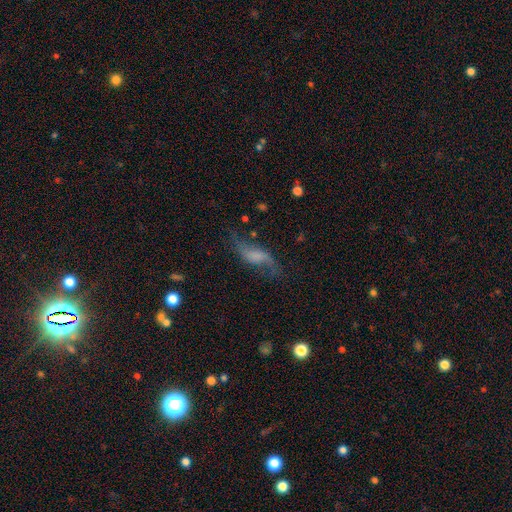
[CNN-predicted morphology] Smooth or featured: featured or disk — 63% (smooth — 26%)
Edge-on disk: no — 88% (yes — 12%)
Bar: no — 50% (weak — 36%)
Spiral arms: yes — 88% (no — 12%)
Bulge size: none — 52% (small — 21%)
Merging: none — 61% (minor disturbance — 21%)